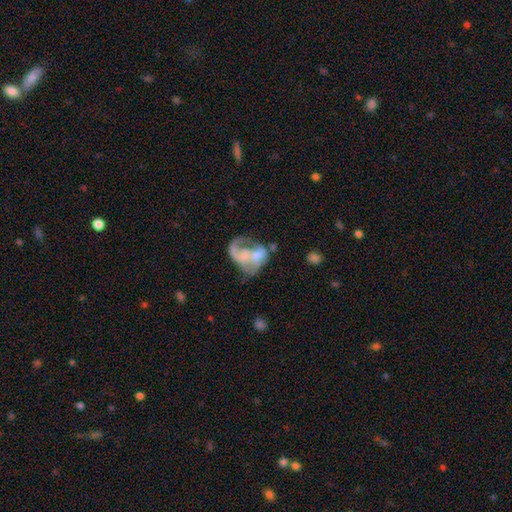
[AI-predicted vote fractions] Overall: featured or disk (66%). Edge-on disk: no (98%). Bar: no (72%). Spiral arms: yes (62%; no 38%). Bulge size: small (40%; moderate 29%). Merging: major disturbance (34%; merger 29%).